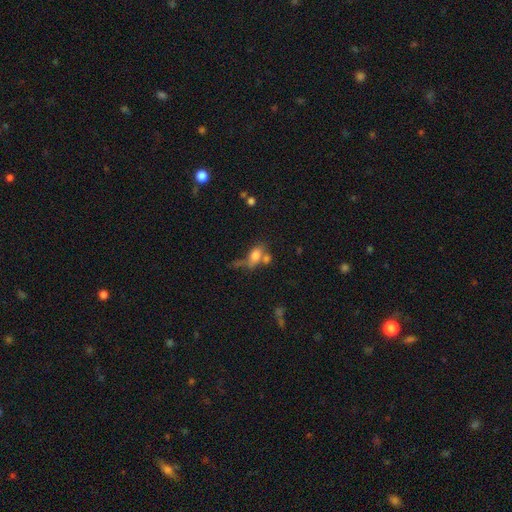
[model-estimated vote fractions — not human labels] Morphology: type=smooth (69%); roundness=in between (76%); merging=merger (38%).